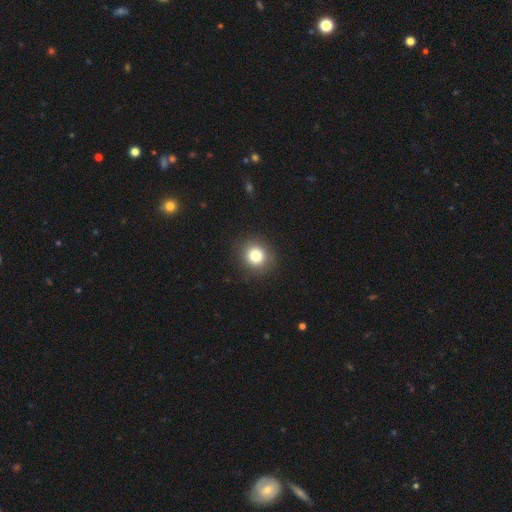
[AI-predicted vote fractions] Smooth or featured: smooth — 81% (star or artifact — 12%)
How rounded: round — 87% (in between — 12%)
Merging: none — 90% (minor disturbance — 7%)